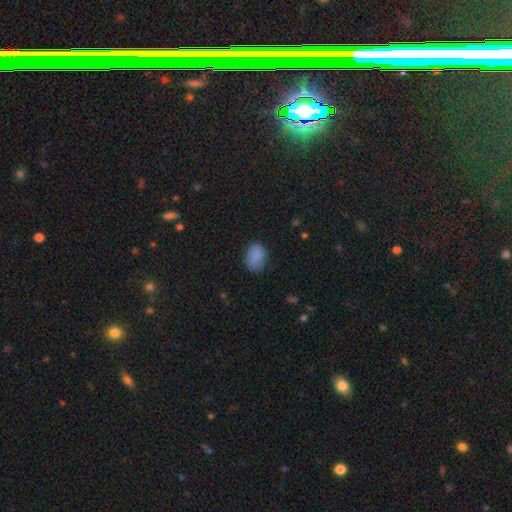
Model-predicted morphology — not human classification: The model was most divided on "how rounded": in between: 74%, round: 25%, cigar-shaped: 1%. More confident: smooth or featured — smooth (87%); merging — none (75%).